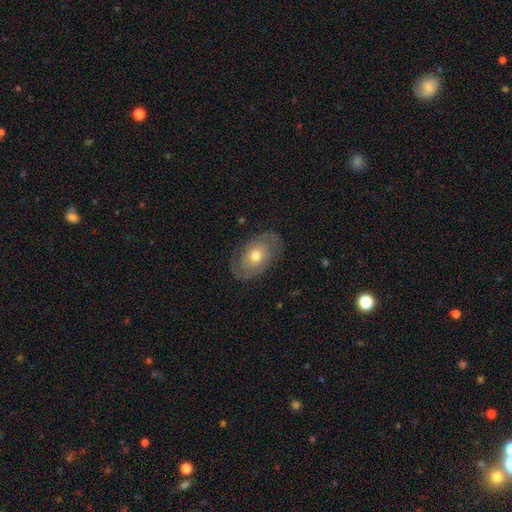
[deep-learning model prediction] Morphology: type=featured or disk (65%); edge-on=no (94%); bar=no (80%); spiral arms=yes (76%); bulge=moderate (72%); merging=none (80%).